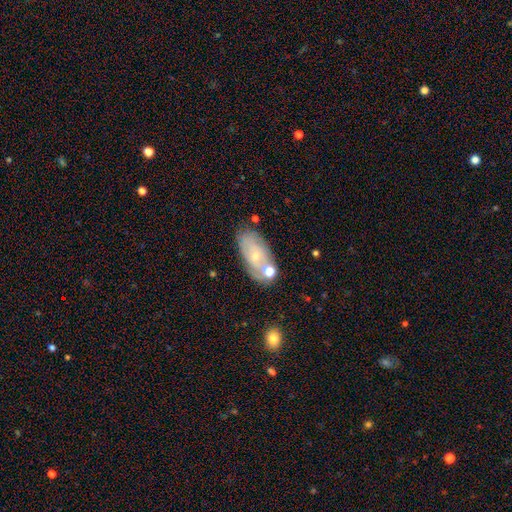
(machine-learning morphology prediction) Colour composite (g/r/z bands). It shows a featured or disk galaxy (49%). Merging: none (59%).